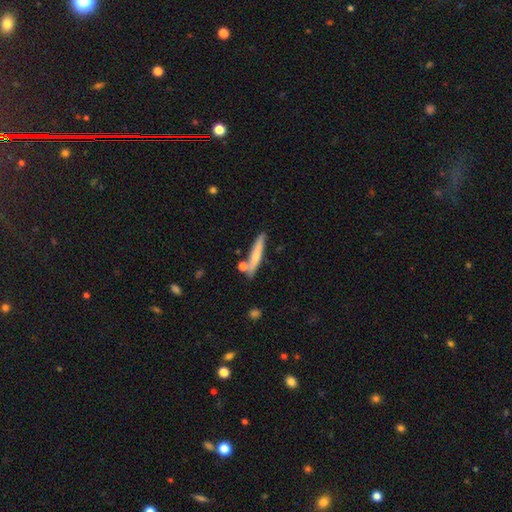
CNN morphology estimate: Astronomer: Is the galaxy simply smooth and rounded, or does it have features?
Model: smooth — 61%.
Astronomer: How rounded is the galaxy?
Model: cigar-shaped — 91%.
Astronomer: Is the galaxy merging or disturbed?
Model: none — 76%.